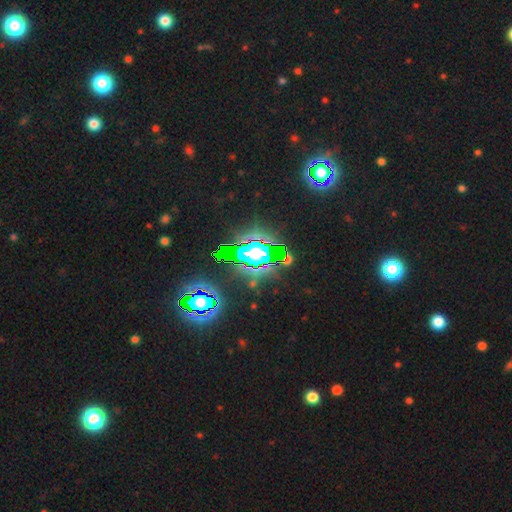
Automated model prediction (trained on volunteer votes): Q: Smooth or featured?
A: star or artifact (72%); runner-up: featured or disk (14%)